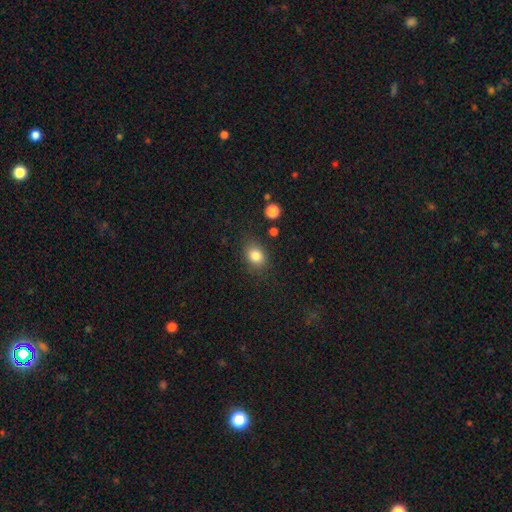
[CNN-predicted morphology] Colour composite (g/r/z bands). It shows a smooth galaxy with no disk features (83%) that is in between round and cigar-shaped (55%). Merging: none (81%).